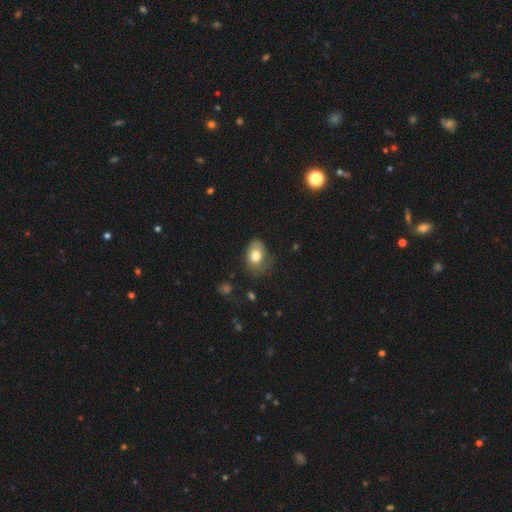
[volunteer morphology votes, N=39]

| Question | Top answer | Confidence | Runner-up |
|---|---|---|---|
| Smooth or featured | smooth | 72% | featured or disk (23%) |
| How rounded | in between | 79% | round (18%) |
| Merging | none | 51% | minor disturbance (38%) |